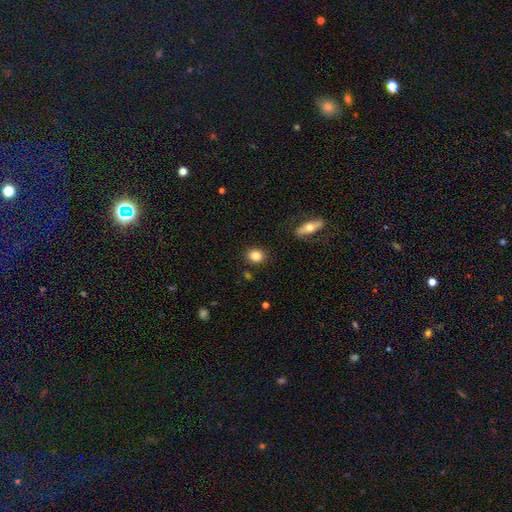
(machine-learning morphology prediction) smooth_or_featured: smooth (p=0.84) [alt: star or artifact p=0.09]
how_rounded: round (p=0.62) [alt: in between p=0.37]
merging: none (p=0.88) [alt: minor disturbance p=0.08]